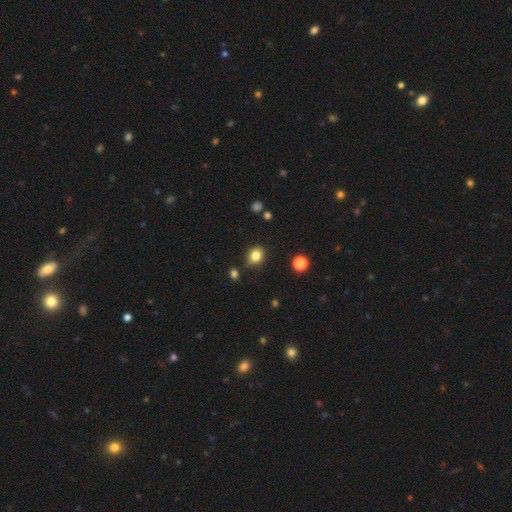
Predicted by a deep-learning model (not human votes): Smooth or featured?
  - smooth: 83% *
  - star or artifact: 11%
  - featured or disk: 6%
How rounded?
  - in between: 51% *
  - round: 48%
  - cigar-shaped: 1%
Merging?
  - none: 82% *
  - minor disturbance: 12%
  - merger: 3%
  - major disturbance: 3%